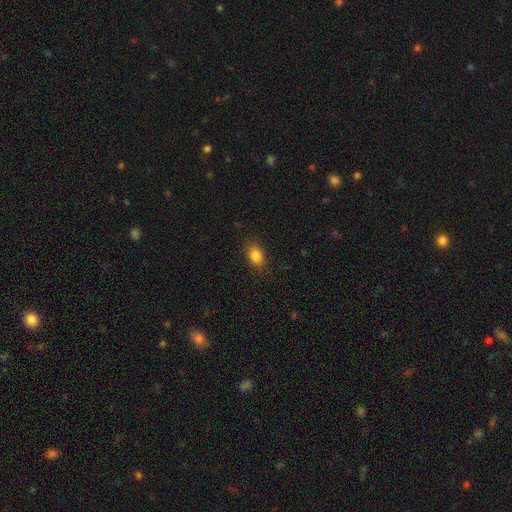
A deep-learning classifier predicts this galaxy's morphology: smooth 84%, star or artifact 10%, featured or disk 6%. Down the decision tree: how rounded — in between (81%); merging — none (85%).